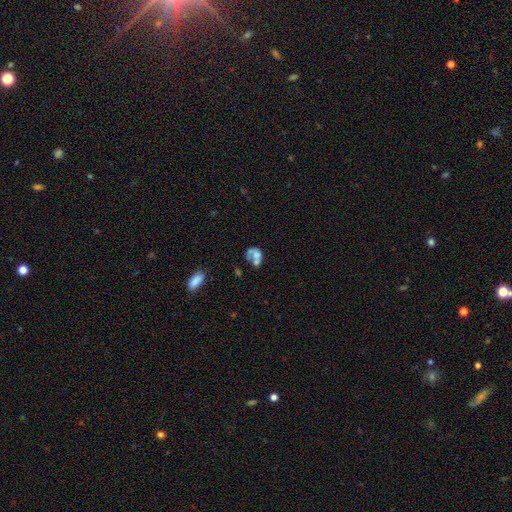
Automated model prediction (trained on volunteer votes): A smooth galaxy with no disk features (49%). Merging: merger (47%).